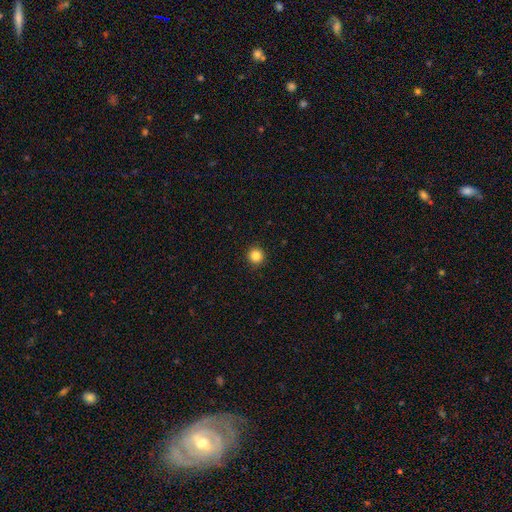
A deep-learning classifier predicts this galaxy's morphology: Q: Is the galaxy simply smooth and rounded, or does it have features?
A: smooth — 85%.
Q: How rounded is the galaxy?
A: round — 95%.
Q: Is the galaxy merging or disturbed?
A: none — 93%.